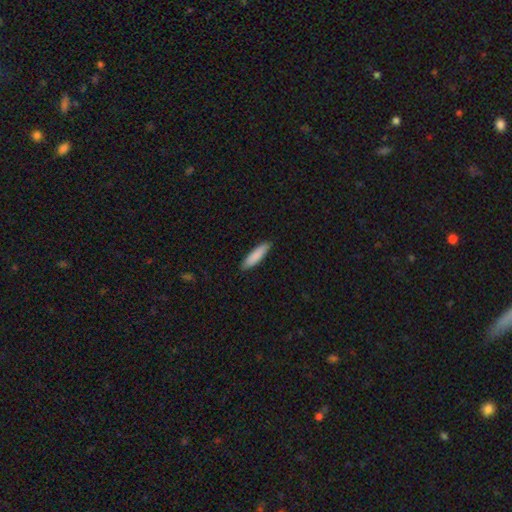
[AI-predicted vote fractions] A smooth galaxy with no disk features (87%) that is cigar-shaped (73%). Merging: none (88%).